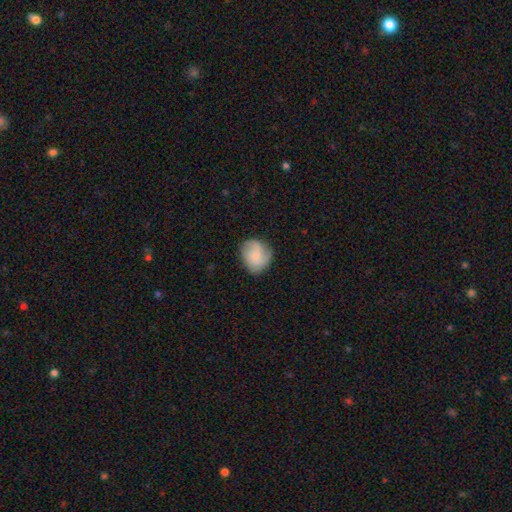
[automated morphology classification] This is possibly a smooth galaxy (51%). How rounded: likely round (69%). Merging: likely none (74%).